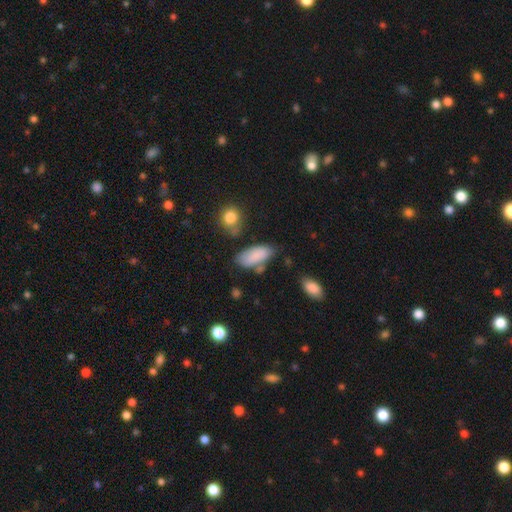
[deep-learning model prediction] Q: Smooth or featured?
A: smooth (83%); runner-up: featured or disk (10%)
Q: How rounded?
A: in between (88%); runner-up: cigar-shaped (10%)
Q: Merging?
A: none (59%); runner-up: minor disturbance (23%)